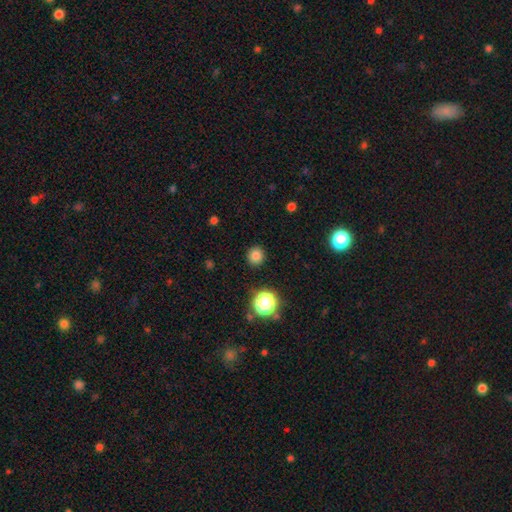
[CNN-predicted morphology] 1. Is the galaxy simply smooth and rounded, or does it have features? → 80% smooth, 15% star or artifact, 5% featured or disk.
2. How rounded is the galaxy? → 92% round, 7% in between, 1% cigar-shaped.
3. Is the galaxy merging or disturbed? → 91% none, 6% minor disturbance, 2% major disturbance, 1% merger.